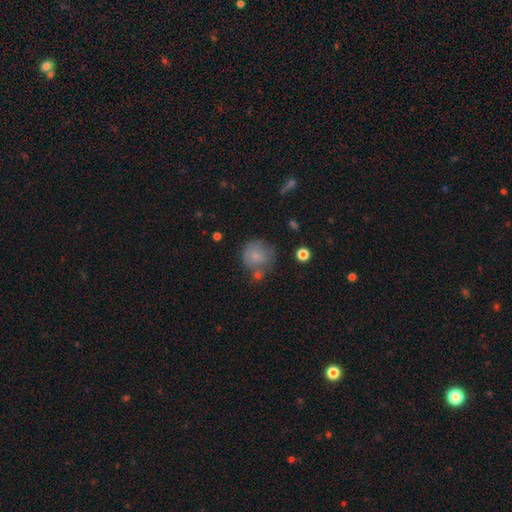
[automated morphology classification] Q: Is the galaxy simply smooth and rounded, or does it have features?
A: smooth — 77%.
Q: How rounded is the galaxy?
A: round — 88%.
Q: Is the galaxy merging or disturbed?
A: none — 56%.